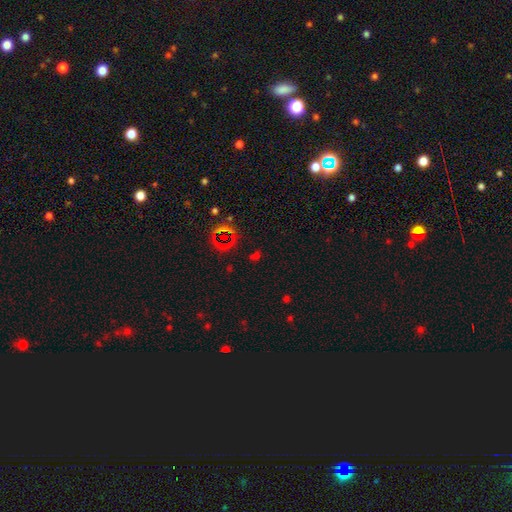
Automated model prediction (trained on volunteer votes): Smooth or featured? star or artifact (64%)